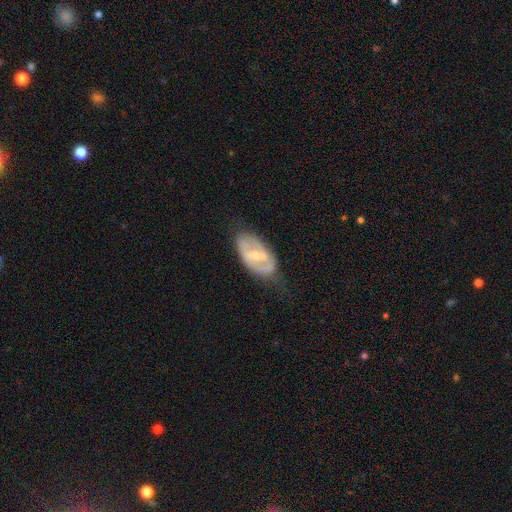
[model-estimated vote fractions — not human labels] Morphology: type=featured or disk (63%); edge-on=no (92%); bar=strong (45%); spiral arms=no (55%); bulge=small (45%); merging=none (50%).